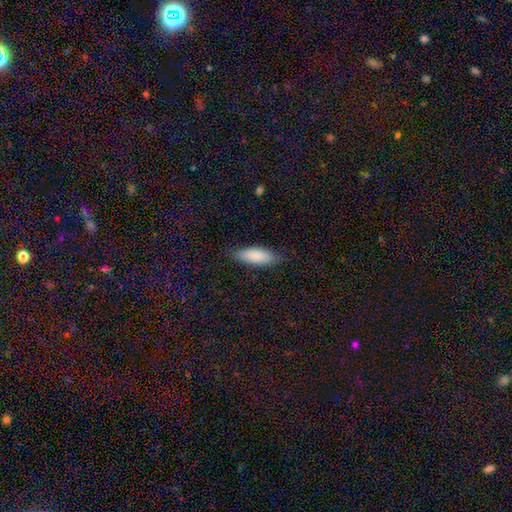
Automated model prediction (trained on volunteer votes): Overall: smooth (87%). How rounded: in between (68%; cigar-shaped 30%). Merging: none (82%).